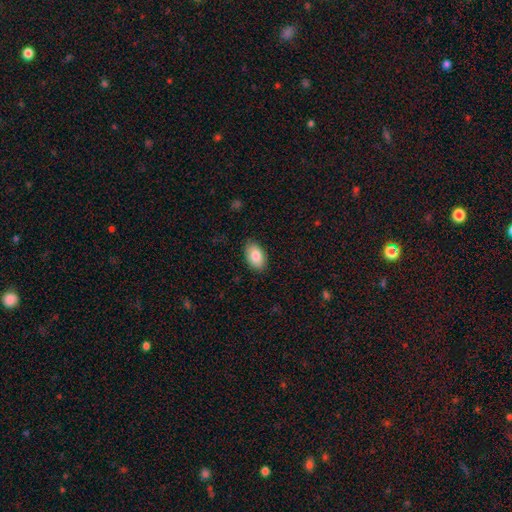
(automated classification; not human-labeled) The model was most divided on "smooth or featured": smooth: 84%, featured or disk: 9%, star or artifact: 7%. More confident: how rounded — in between (92%); merging — none (87%).